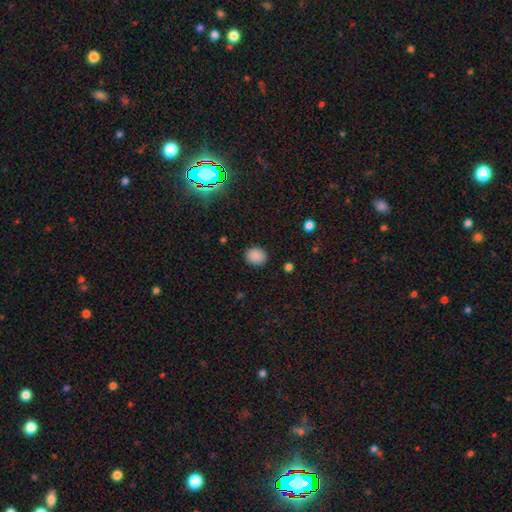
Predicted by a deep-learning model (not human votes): Smooth or featured?
  - smooth: 87% *
  - star or artifact: 10%
  - featured or disk: 3%
How rounded?
  - round: 73% *
  - in between: 26%
  - cigar-shaped: 1%
Merging?
  - none: 89% *
  - minor disturbance: 8%
  - major disturbance: 2%
  - merger: 1%